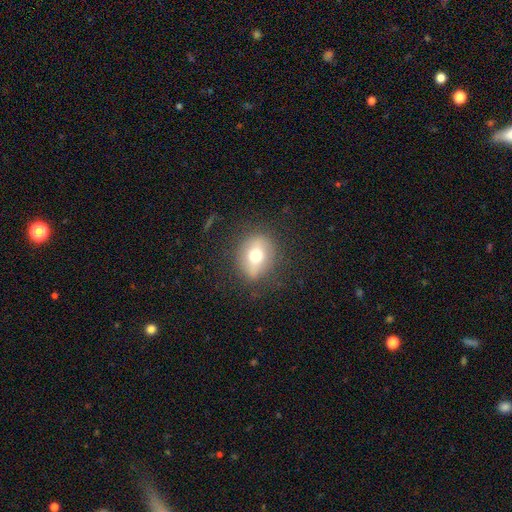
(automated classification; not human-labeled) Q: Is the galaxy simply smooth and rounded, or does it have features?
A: smooth — 63%.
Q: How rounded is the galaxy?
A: round — 61%.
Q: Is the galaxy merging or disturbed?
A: none — 80%.